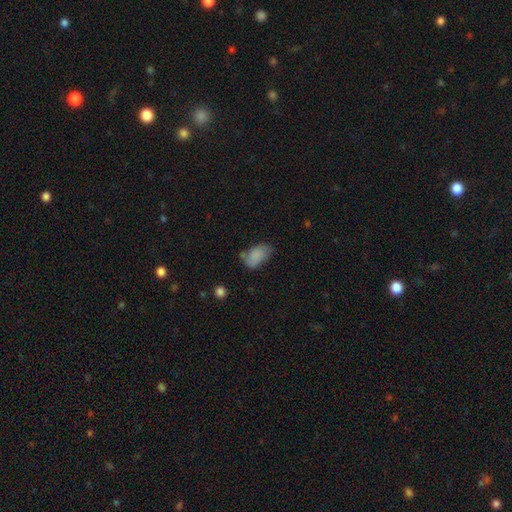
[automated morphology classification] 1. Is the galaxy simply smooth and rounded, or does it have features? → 81% smooth, 11% featured or disk, 8% star or artifact.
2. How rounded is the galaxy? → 91% in between, 7% round, 2% cigar-shaped.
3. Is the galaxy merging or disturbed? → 51% none, 31% minor disturbance, 11% major disturbance, 7% merger.